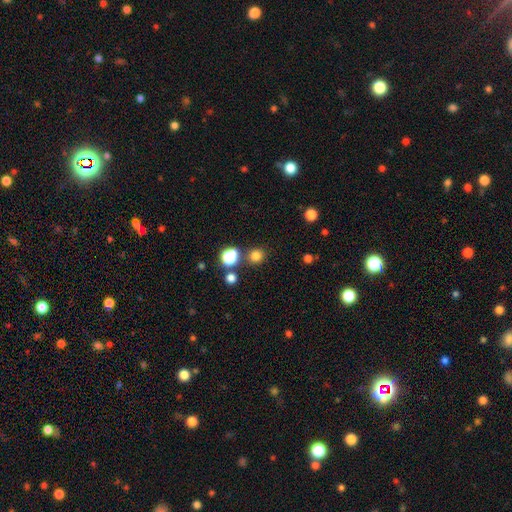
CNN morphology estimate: smooth_or_featured: smooth (p=0.78) [alt: star or artifact p=0.17]
how_rounded: round (p=0.89) [alt: in between p=0.10]
merging: none (p=0.81) [alt: merger p=0.08]